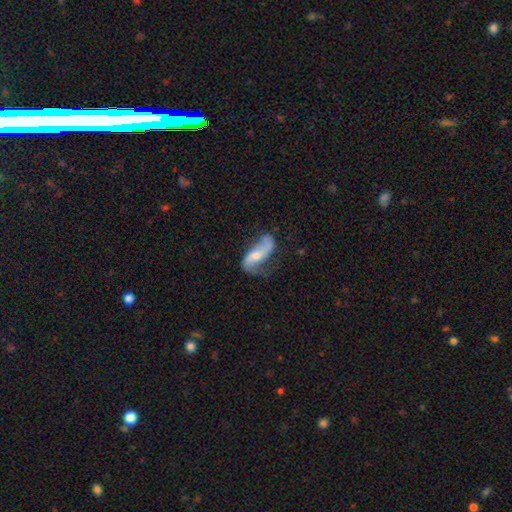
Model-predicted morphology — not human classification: A featured or disk galaxy (71%) with no bar (47%), 2 (86%) loose (74%) spiral arms (90%) and a moderate central bulge (41%).

Vote fractions:
- Smooth or featured? featured or disk: 71% / smooth: 23% / star or artifact: 6%
- Edge-on disk? no: 93% / yes: 7%
- Bar? no: 47% / weak: 34% / strong: 19%
- Spiral arms? yes: 90% / no: 10%
- Spiral winding? loose: 74% / medium: 20% / tight: 6%
- Spiral arm count? 2: 86% / 1: 7% / can't tell: 4% / 3: 1% / 4: 1% / more than 4: 1%
- Bulge size? moderate: 41% / small: 39% / none: 12% / large: 6% / dominant: 2%
- Merging? none: 49% / minor disturbance: 25% / major disturbance: 21% / merger: 4%